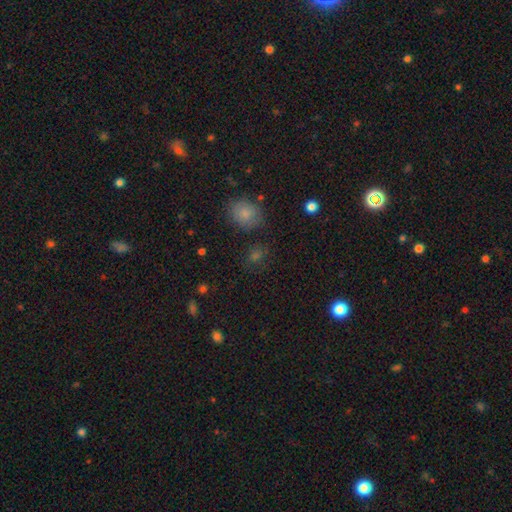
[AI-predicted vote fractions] A smooth galaxy with no disk features (57%) that is round (57%). Merging: none (77%).